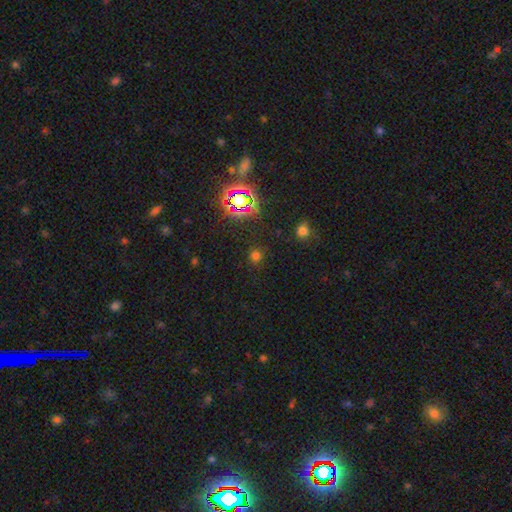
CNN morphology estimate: The model was most divided on "smooth or featured": smooth: 58%, star or artifact: 36%, featured or disk: 6%. More confident: how rounded — round (87%); merging — none (85%).